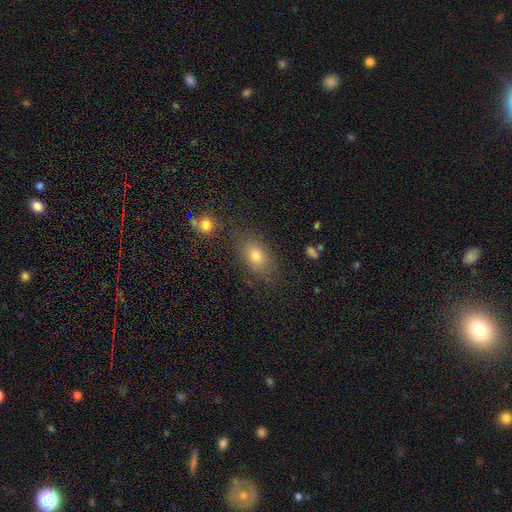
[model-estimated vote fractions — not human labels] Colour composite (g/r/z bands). It shows a smooth galaxy with no disk features (75%) that is in between round and cigar-shaped (79%). Merging: none (77%).